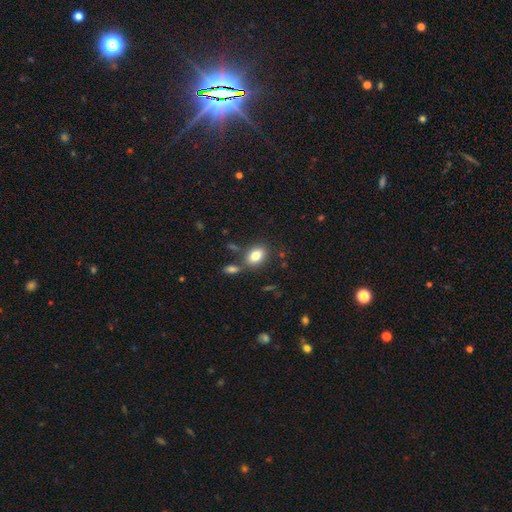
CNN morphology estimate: smooth_or_featured: smooth (p=0.81) [alt: featured or disk p=0.10]
how_rounded: in between (p=0.80) [alt: round p=0.18]
merging: none (p=0.70) [alt: merger p=0.13]